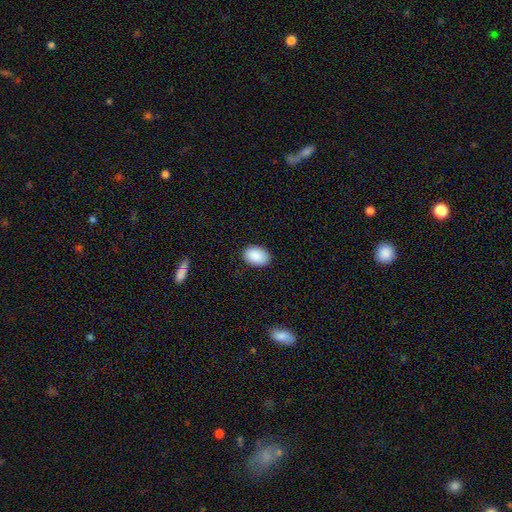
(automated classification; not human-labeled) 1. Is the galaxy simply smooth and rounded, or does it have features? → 91% smooth, 6% star or artifact, 3% featured or disk.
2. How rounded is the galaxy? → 84% in between, 15% round, 1% cigar-shaped.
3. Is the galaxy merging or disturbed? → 87% none, 10% minor disturbance, 2% major disturbance, 1% merger.